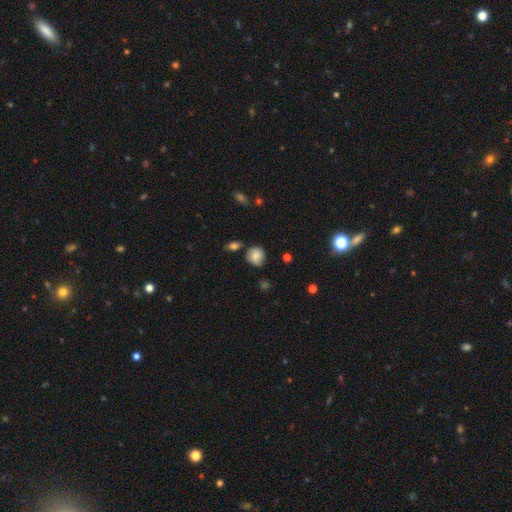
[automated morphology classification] Overall: smooth (65%; featured or disk 25%). How rounded: round (80%). Merging: none (67%).